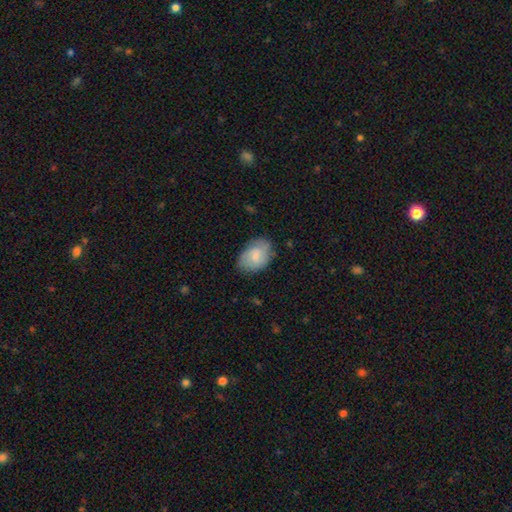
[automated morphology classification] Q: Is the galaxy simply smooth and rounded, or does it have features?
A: smooth — 69%.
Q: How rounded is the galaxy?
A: in between — 84%.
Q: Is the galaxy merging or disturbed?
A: none — 72%.